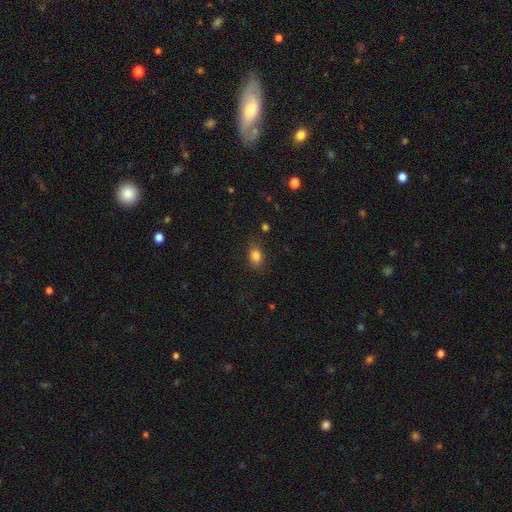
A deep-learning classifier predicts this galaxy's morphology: This appears to be a smooth galaxy with no disk features (82%) that is in between round and cigar-shaped (72%). Merging: none (83%).